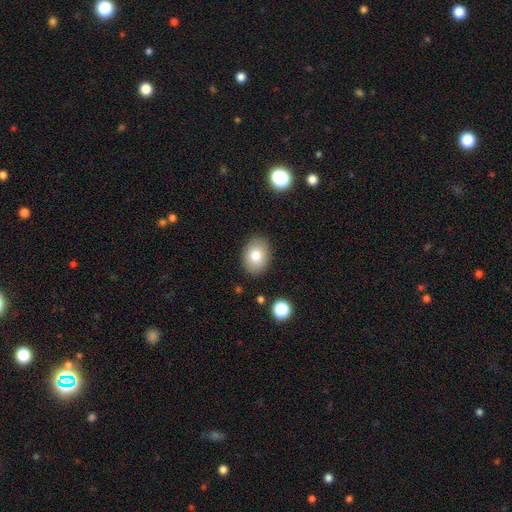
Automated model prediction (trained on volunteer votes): smooth 80%, featured or disk 11%, star or artifact 9%. Down the decision tree: how rounded — in between (75%); merging — none (87%).